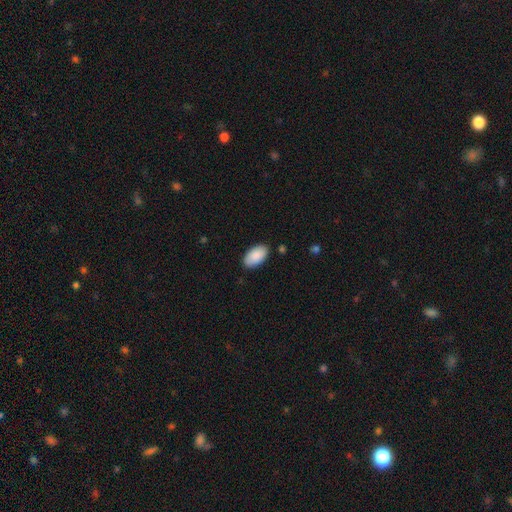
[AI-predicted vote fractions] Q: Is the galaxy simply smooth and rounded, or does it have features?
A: smooth — 90%.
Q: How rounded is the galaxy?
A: in between — 96%.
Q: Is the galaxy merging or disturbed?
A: none — 85%.